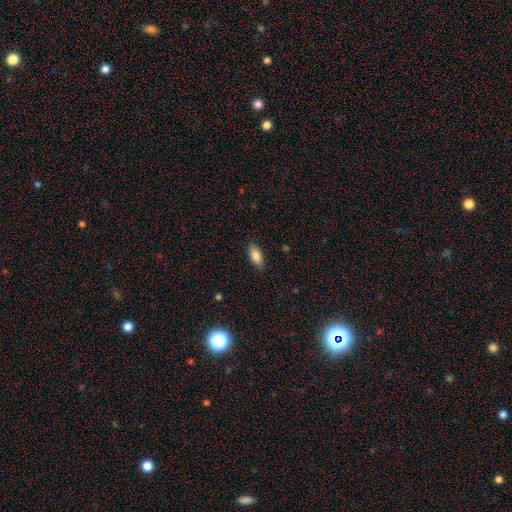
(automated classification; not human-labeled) A smooth galaxy with no disk features (86%) that is in between round and cigar-shaped (85%).

Vote fractions:
- Smooth or featured? smooth: 86% / featured or disk: 7% / star or artifact: 7%
- How rounded? in between: 85% / cigar-shaped: 12% / round: 2%
- Merging? none: 86% / minor disturbance: 10% / major disturbance: 2% / merger: 1%